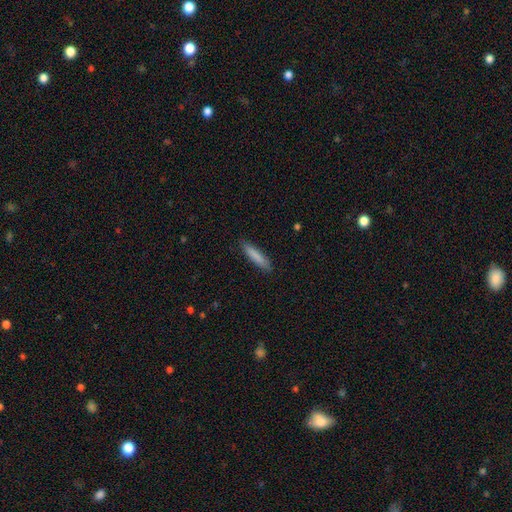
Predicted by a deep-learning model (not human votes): This is clearly a smooth galaxy (84%). How rounded: clearly cigar-shaped (85%). Merging: clearly none (89%).